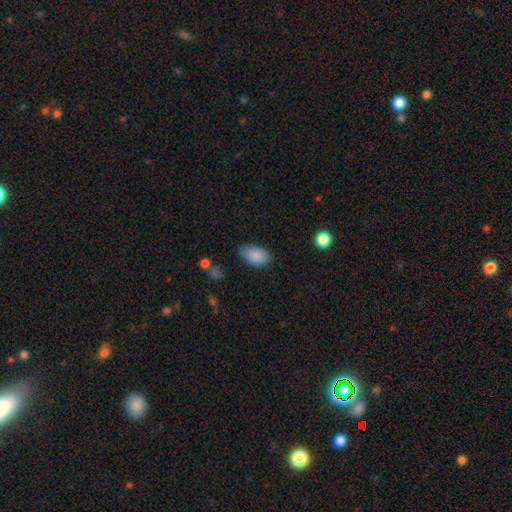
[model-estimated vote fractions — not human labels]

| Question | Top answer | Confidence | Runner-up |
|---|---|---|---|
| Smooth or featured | smooth | 88% | star or artifact (8%) |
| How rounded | in between | 91% | round (7%) |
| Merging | none | 76% | minor disturbance (19%) |